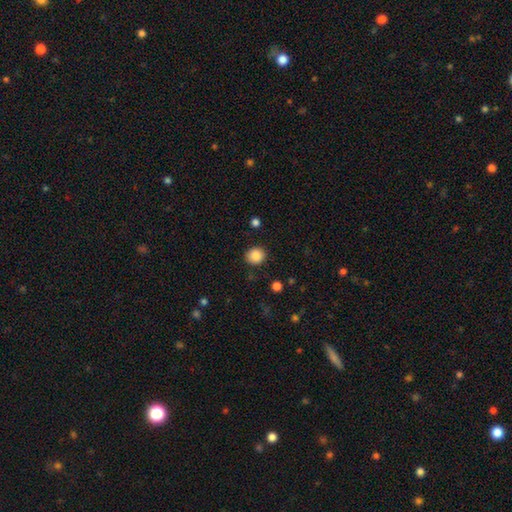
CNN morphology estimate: This is clearly a smooth galaxy (87%). How rounded: clearly round (83%). Merging: clearly none (88%).